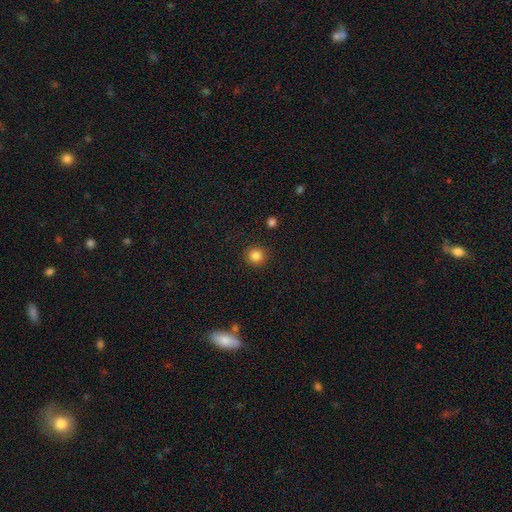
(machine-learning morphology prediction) Smooth or featured? smooth (84%)
How rounded? round (92%)
Merging? none (91%)